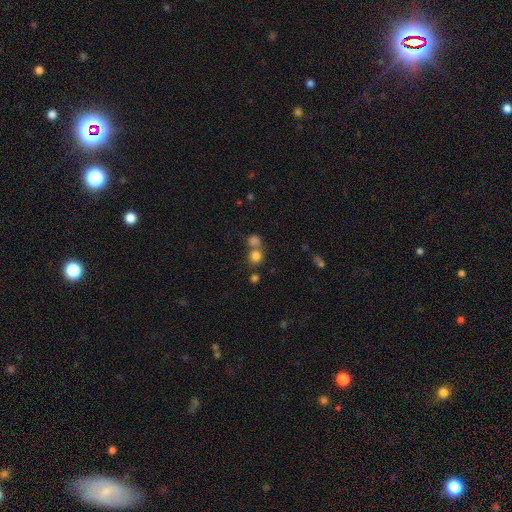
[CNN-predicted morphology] This appears to be a smooth galaxy with no disk features (79%) that is round (85%). Merging: none (54%).